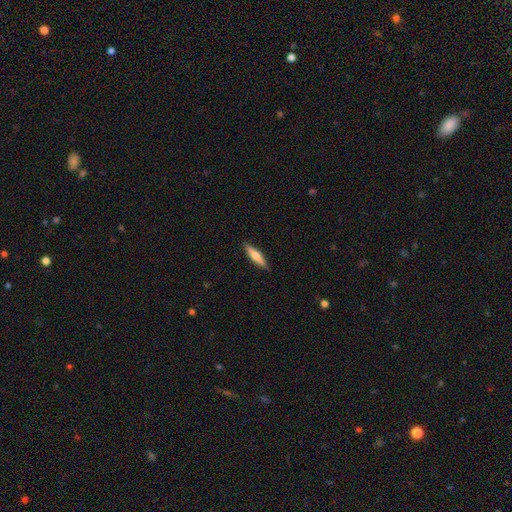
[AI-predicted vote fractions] Smooth or featured? smooth (58%)
How rounded? cigar-shaped (80%)
Merging? none (90%)